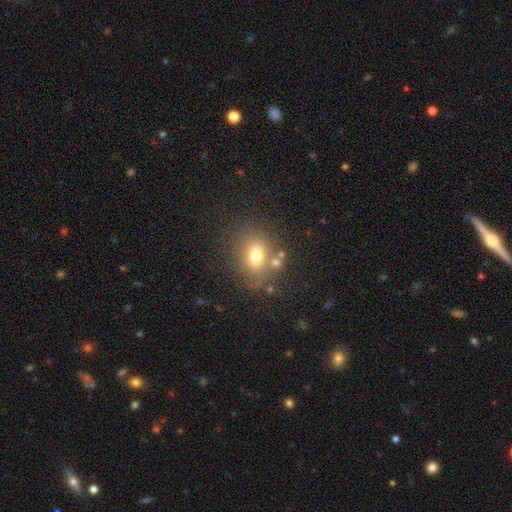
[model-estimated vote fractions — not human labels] Overall: smooth (71%). How rounded: round (51%; in between 48%). Merging: none (73%).